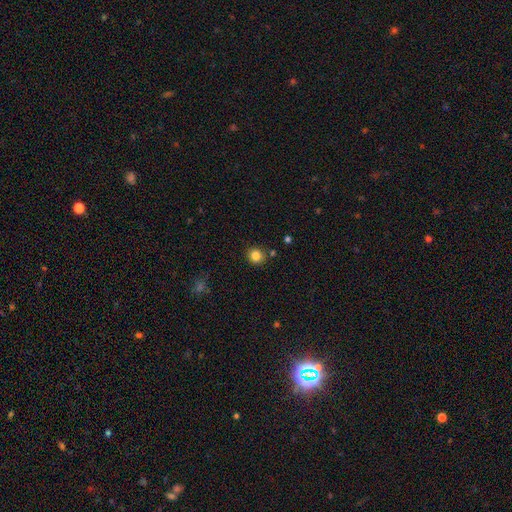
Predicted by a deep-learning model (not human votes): Overall: smooth (83%). How rounded: round (89%). Merging: none (86%).